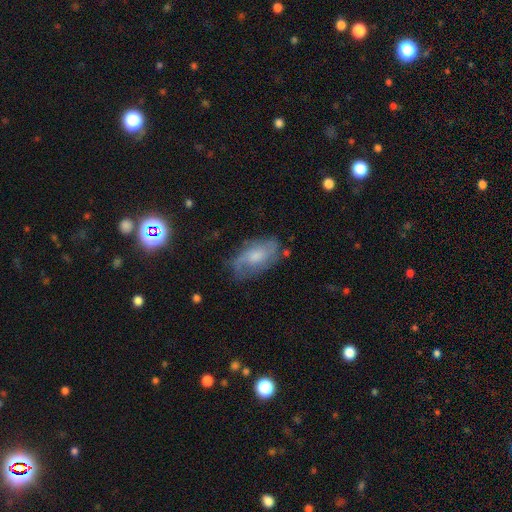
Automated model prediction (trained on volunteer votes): smooth_or_featured: featured or disk (p=0.52) [alt: smooth p=0.39]
disk_edge_on: no (p=0.92) [alt: yes p=0.08]
merging: none (p=0.62) [alt: minor disturbance p=0.25]